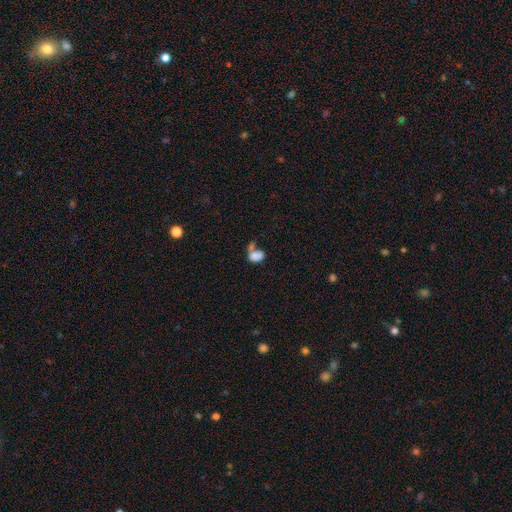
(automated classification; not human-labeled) The model was most divided on "merging": merger: 46%, none: 23%, major disturbance: 18%, minor disturbance: 13%. More confident: how rounded — in between (75%); smooth or featured — smooth (74%).